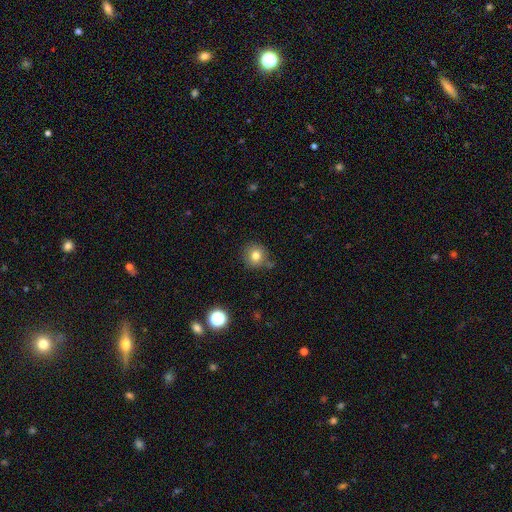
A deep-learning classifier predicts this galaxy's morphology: This appears to be a smooth galaxy with no disk features (80%) that is round (92%). Merging: none (78%).